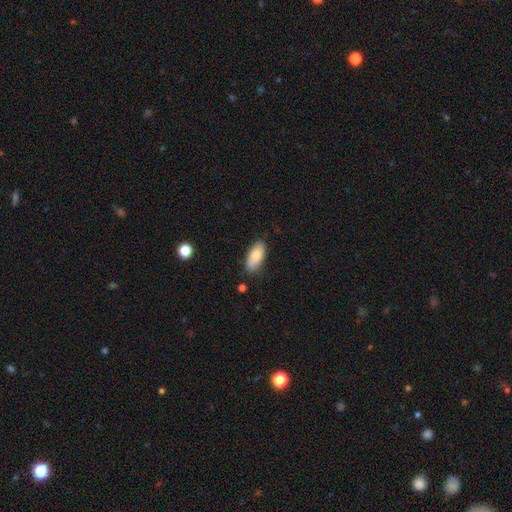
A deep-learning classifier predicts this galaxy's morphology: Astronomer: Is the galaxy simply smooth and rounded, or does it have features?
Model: smooth — 81%.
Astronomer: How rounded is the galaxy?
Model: in between — 89%.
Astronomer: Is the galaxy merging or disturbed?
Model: none — 82%.